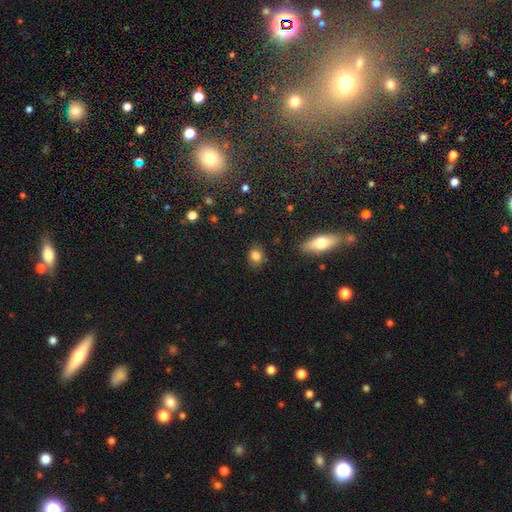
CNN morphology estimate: Overall: smooth (83%). How rounded: round (57%; in between 41%). Merging: none (81%).